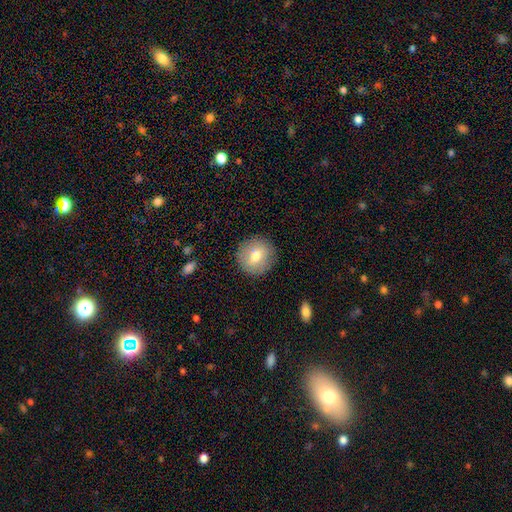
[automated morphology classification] smooth-or-featured: smooth: 71% | featured or disk: 21% | star or artifact: 8%
  how-rounded: round: 91% | in between: 8% | cigar-shaped: 1%
  merging: none: 89% | minor disturbance: 8% | major disturbance: 2% | merger: 1%